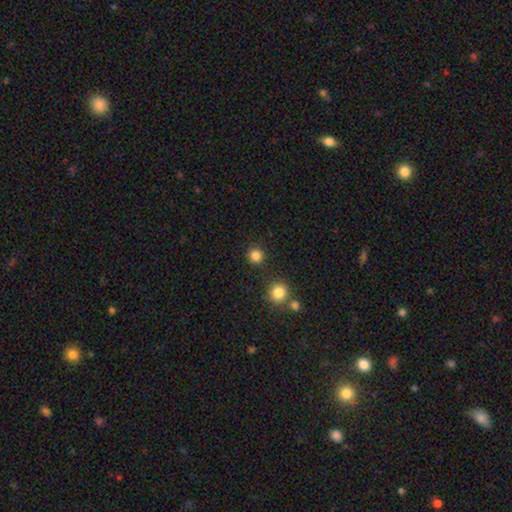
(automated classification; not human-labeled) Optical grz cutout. It shows a smooth galaxy with no disk features (84%) that is round (94%). Merging: none (88%).